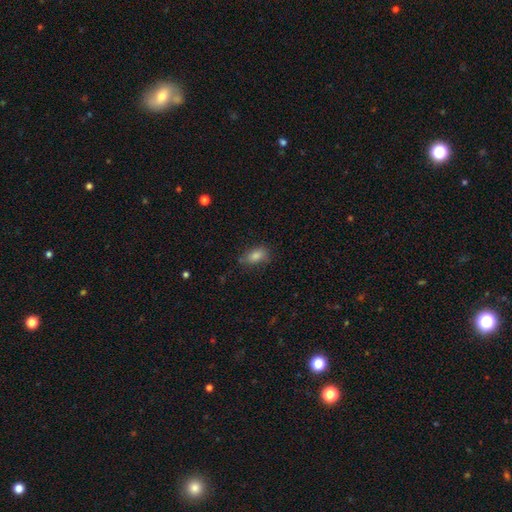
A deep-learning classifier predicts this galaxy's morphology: Smooth or featured?
  - smooth: 78% *
  - star or artifact: 12%
  - featured or disk: 10%
How rounded?
  - in between: 84% *
  - round: 11%
  - cigar-shaped: 5%
Merging?
  - none: 73% *
  - minor disturbance: 20%
  - major disturbance: 5%
  - merger: 2%